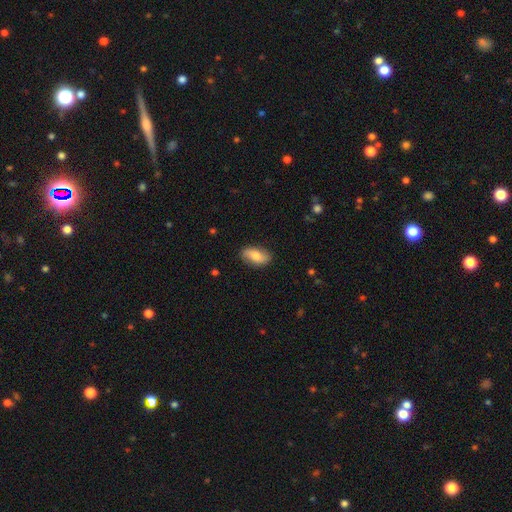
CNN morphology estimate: A smooth galaxy with no disk features (76%) that is in between round and cigar-shaped (90%).

Vote fractions:
- Smooth or featured? smooth: 76% / featured or disk: 18% / star or artifact: 6%
- How rounded? in between: 90% / cigar-shaped: 6% / round: 4%
- Merging? none: 83% / minor disturbance: 13% / major disturbance: 3% / merger: 1%